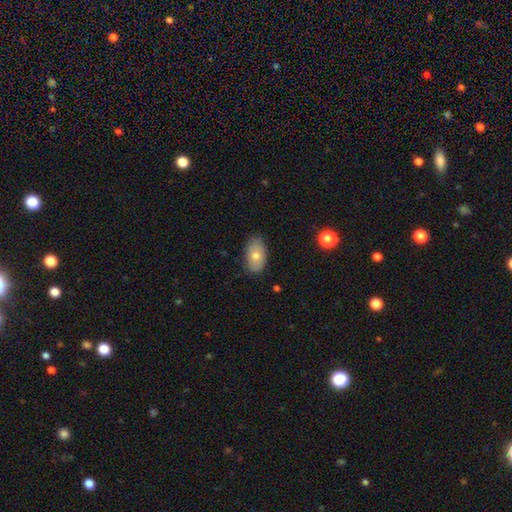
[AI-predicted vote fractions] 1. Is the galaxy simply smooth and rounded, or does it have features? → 71% smooth, 21% featured or disk, 8% star or artifact.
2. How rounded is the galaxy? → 91% in between, 7% round, 2% cigar-shaped.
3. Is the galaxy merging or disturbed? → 85% none, 12% minor disturbance, 2% major disturbance, 1% merger.